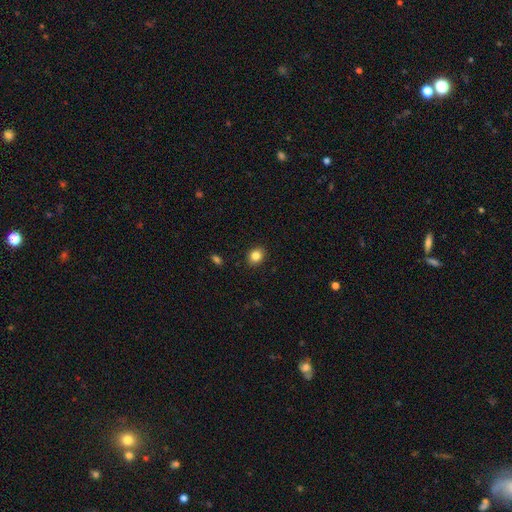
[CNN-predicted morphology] Smooth or featured? smooth (84%)
How rounded? round (54%)
Merging? none (90%)